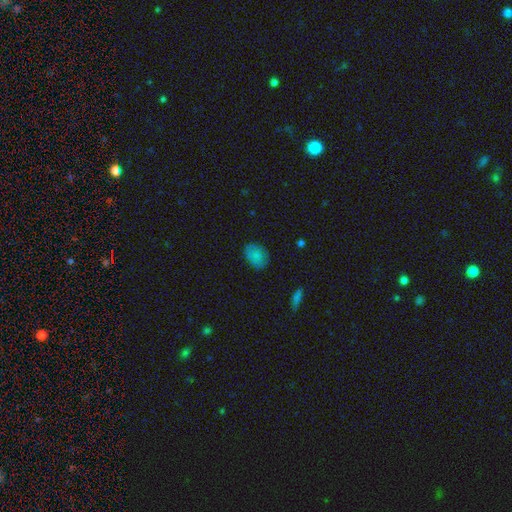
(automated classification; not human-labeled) This appears to be a smooth galaxy with no disk features (82%) that is in between round and cigar-shaped (76%). Merging: none (80%).